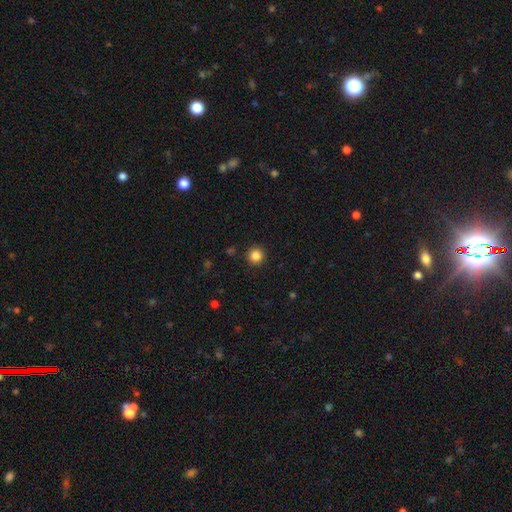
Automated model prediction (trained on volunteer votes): smooth 85%, star or artifact 11%, featured or disk 4%. Down the decision tree: how rounded — round (95%); merging — none (92%).